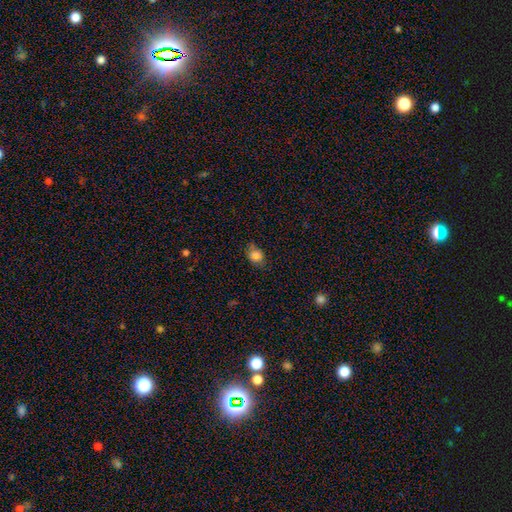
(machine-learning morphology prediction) Smooth or featured? smooth (73%)
How rounded? in between (58%)
Merging? none (74%)